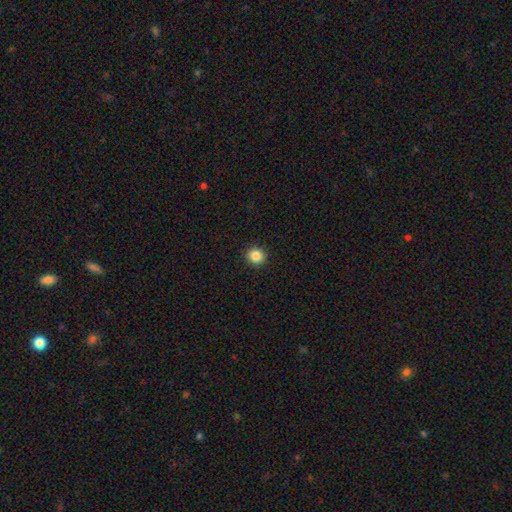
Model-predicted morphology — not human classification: Smooth or featured: smooth — 86% (star or artifact — 10%)
How rounded: round — 91% (in between — 8%)
Merging: none — 93% (minor disturbance — 5%)